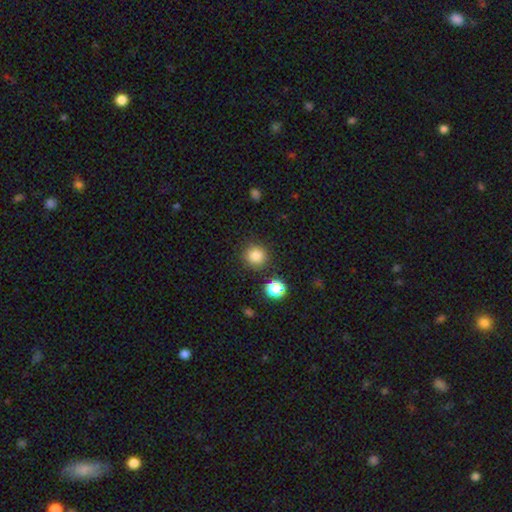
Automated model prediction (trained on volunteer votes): The model was most divided on "smooth or featured": smooth: 83%, star or artifact: 13%, featured or disk: 5%. More confident: how rounded — round (93%); merging — none (87%).